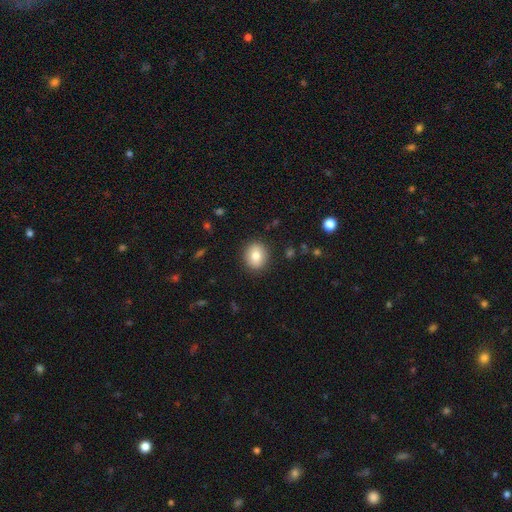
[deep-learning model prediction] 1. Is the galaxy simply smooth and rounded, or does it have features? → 80% smooth, 12% featured or disk, 9% star or artifact.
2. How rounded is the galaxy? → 63% round, 36% in between, 1% cigar-shaped.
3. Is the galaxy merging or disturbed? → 89% none, 8% minor disturbance, 2% major disturbance, 1% merger.